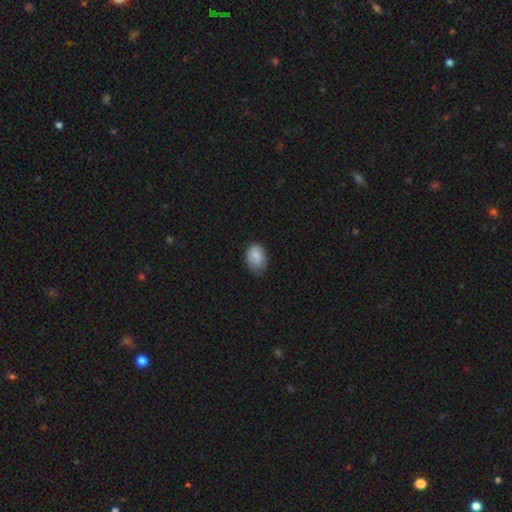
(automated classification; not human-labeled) Smooth or featured: smooth — 85% (featured or disk — 8%)
How rounded: in between — 78% (round — 21%)
Merging: none — 60% (minor disturbance — 33%)